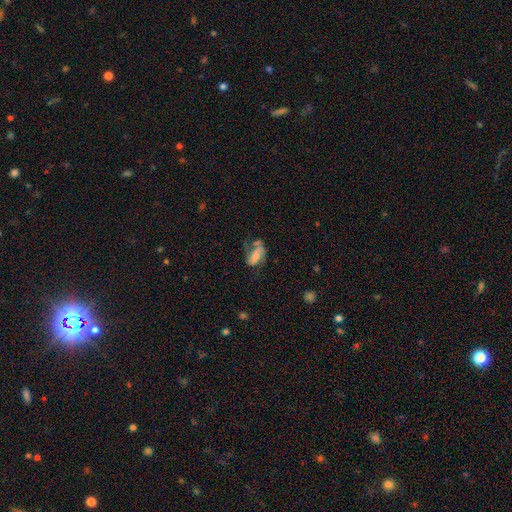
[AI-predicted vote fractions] Overall: featured or disk (53%; smooth 38%). Edge-on disk: no (96%). Bar: no (47%; weak 35%). Spiral arms: yes (78%). Bulge size: small (33%; moderate 27%). Merging: none (34%; major disturbance 31%).